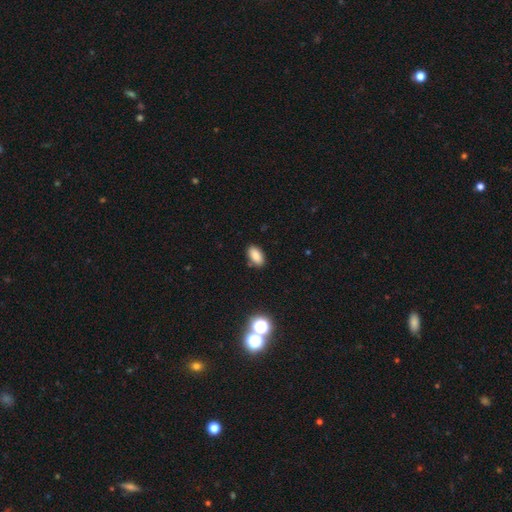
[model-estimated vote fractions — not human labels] Morphology: type=smooth (85%); roundness=in between (92%); merging=none (86%).